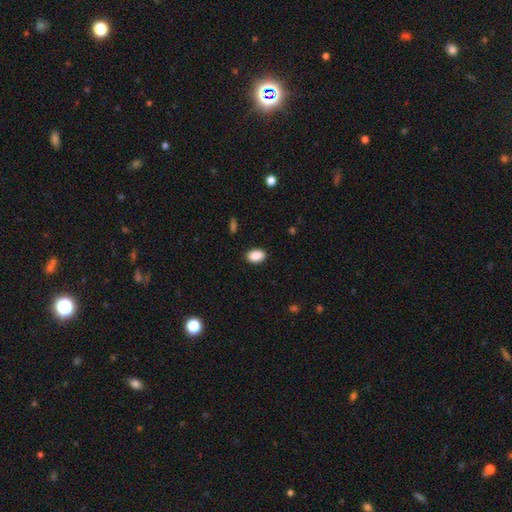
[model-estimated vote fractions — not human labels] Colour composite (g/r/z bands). It shows a smooth galaxy with no disk features (89%) that is in between round and cigar-shaped (84%). Merging: none (87%).